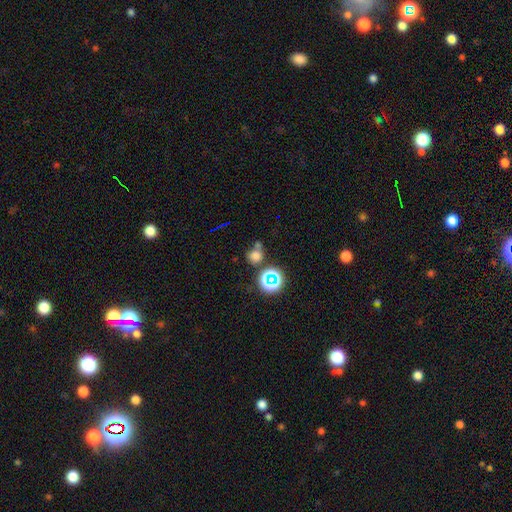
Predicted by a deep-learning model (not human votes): A smooth galaxy with no disk features (66%) that is round (87%). Merging: none (60%).